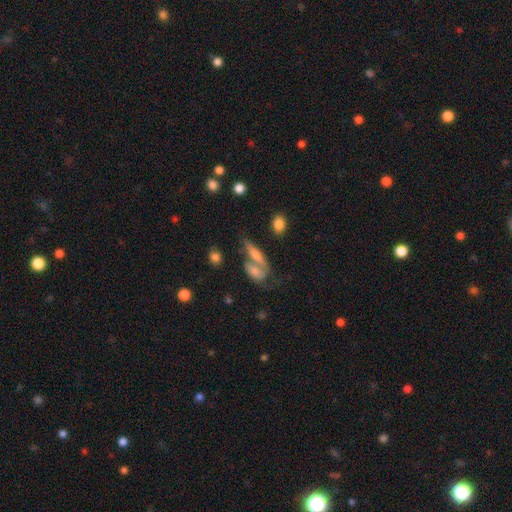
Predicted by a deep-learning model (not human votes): Overall: smooth (53%; featured or disk 34%). How rounded: in between (53%; cigar-shaped 38%). Merging: merger (43%; none 36%).